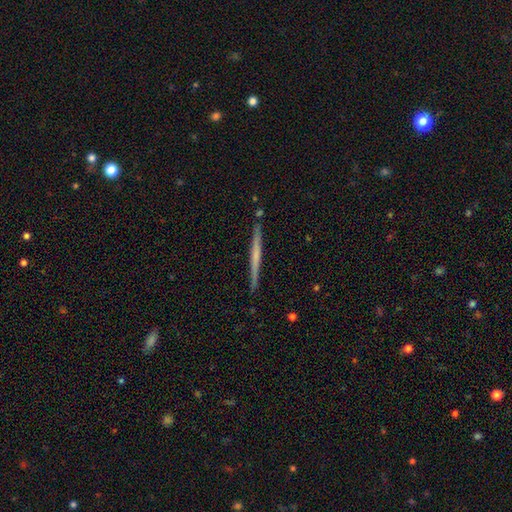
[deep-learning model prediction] Smooth or featured? featured or disk (58%)
Edge-on disk? yes (98%)
Edge-on bulge? none (75%)
Merging? none (91%)